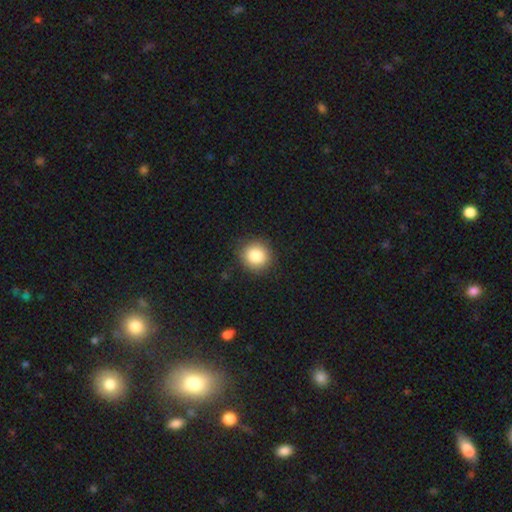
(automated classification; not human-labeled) Smooth or featured? Predicted: smooth (p=0.84). How rounded? Predicted: round (p=0.89). Merging? Predicted: none (p=0.89).